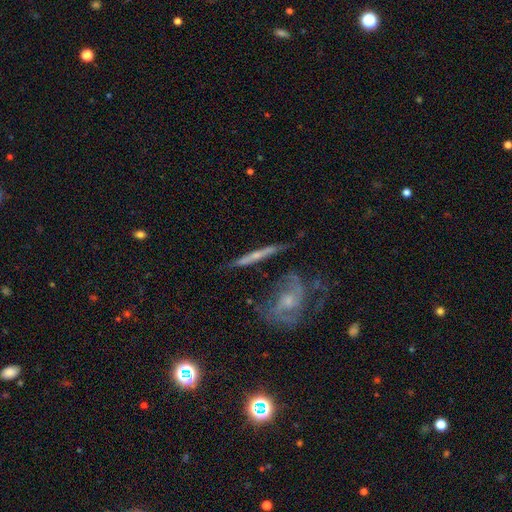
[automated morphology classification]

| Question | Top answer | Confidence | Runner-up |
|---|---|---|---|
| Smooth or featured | featured or disk | 68% | smooth (24%) |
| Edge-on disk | yes | 75% | no (25%) |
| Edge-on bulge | rounded | 50% | none (43%) |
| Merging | none | 66% | minor disturbance (18%) |